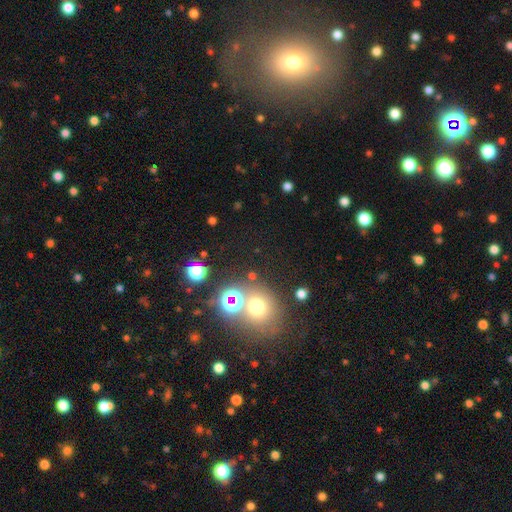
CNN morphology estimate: This is possibly a star or artifact rather than a galaxy (48%).